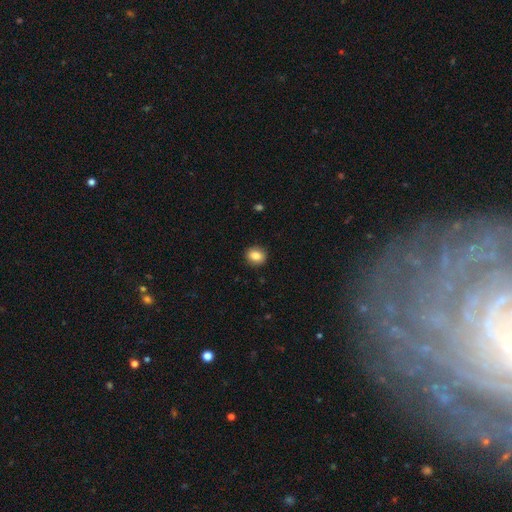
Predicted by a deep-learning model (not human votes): Smooth or featured? smooth (85%)
How rounded? round (62%)
Merging? none (89%)